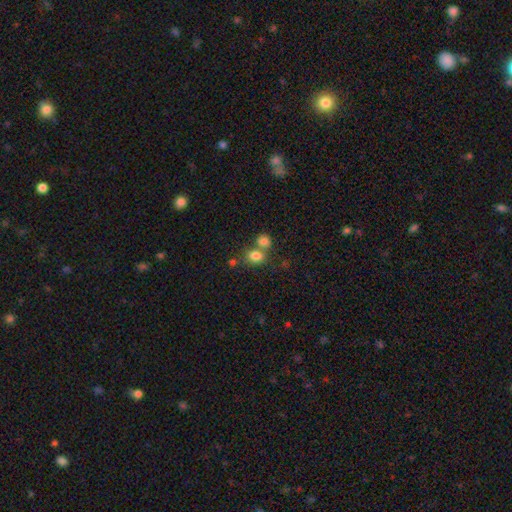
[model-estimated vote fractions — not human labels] smooth 80%, star or artifact 12%, featured or disk 8%. Down the decision tree: how rounded — in between (50%); merging — none (45%).